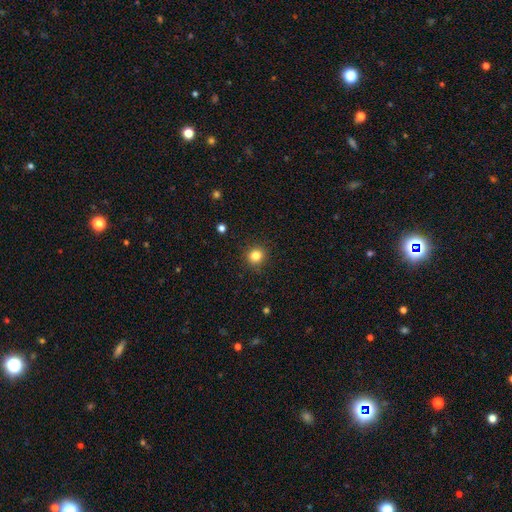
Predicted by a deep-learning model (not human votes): Smooth or featured: smooth — 83% (star or artifact — 12%)
How rounded: round — 86% (in between — 13%)
Merging: none — 90% (minor disturbance — 7%)